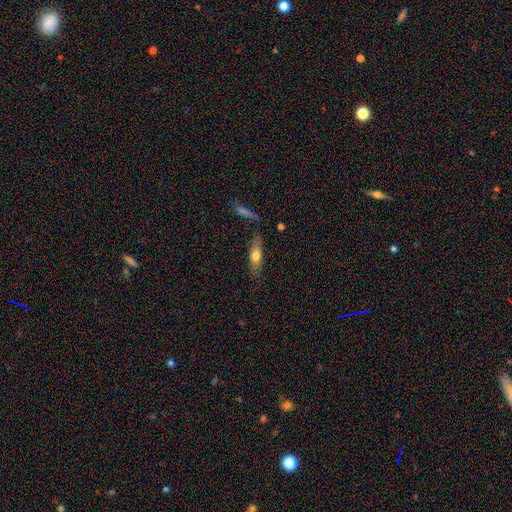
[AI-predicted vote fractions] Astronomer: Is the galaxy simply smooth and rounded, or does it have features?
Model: smooth — 64%.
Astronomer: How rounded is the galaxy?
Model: cigar-shaped — 51% (runner-up: in between, 46%).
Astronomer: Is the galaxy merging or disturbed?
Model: none — 73%.